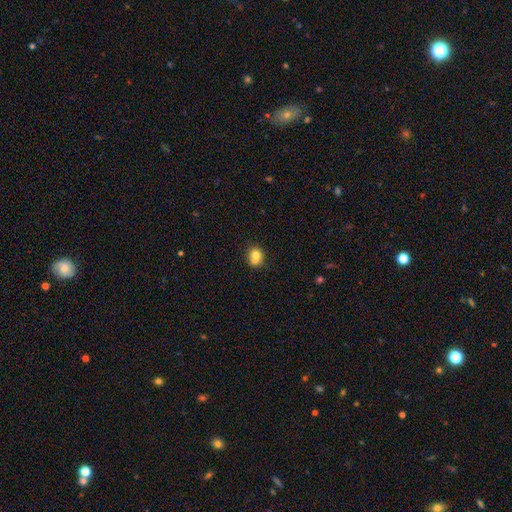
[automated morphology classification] Smooth or featured?
  - smooth: 73% *
  - featured or disk: 16%
  - star or artifact: 11%
How rounded?
  - round: 72% *
  - in between: 27%
  - cigar-shaped: 1%
Merging?
  - merger: 44% *
  - none: 40%
  - minor disturbance: 12%
  - major disturbance: 4%